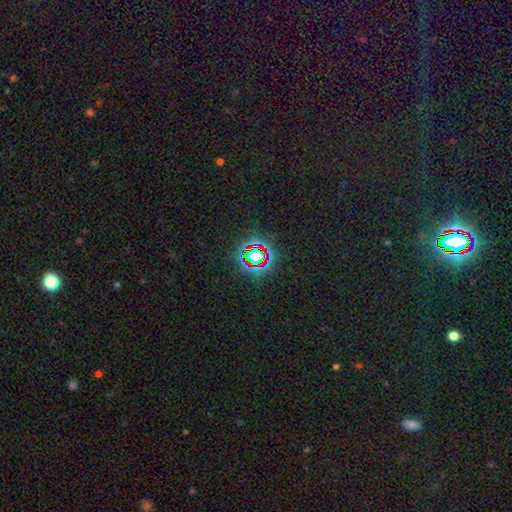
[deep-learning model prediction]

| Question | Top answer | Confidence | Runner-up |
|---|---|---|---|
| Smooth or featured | star or artifact | 72% | smooth (18%) |